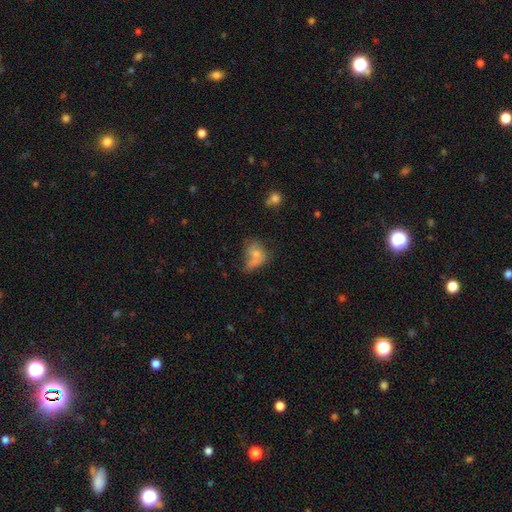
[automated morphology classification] Smooth or featured? smooth (61%)
How rounded? in between (61%)
Merging? merger (34%)